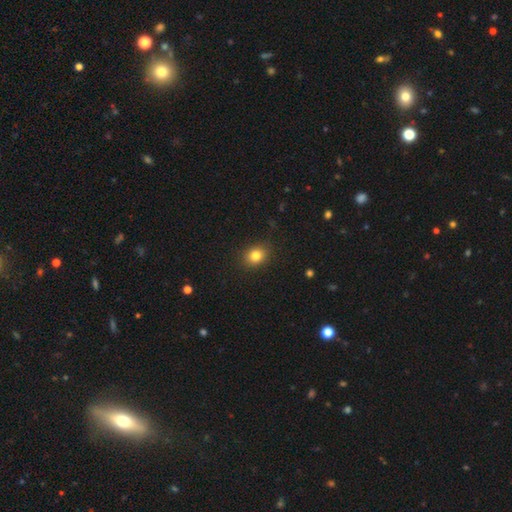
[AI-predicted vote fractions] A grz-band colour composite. It shows a smooth galaxy with no disk features (82%) that is round (59%). Merging: none (88%).